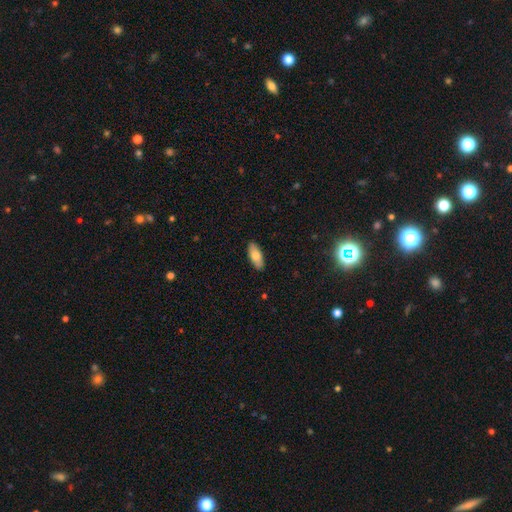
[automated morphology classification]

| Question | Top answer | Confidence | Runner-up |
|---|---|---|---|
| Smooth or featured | smooth | 77% | featured or disk (17%) |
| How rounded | in between | 82% | cigar-shaped (16%) |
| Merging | none | 88% | minor disturbance (9%) |